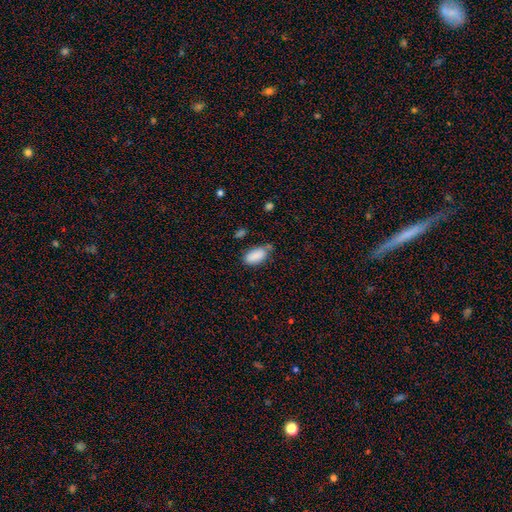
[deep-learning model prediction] A smooth galaxy with no disk features (88%) that is in between round and cigar-shaped (93%). Merging: none (60%).